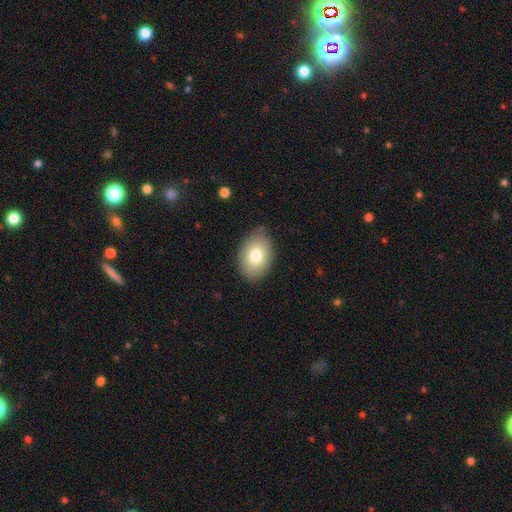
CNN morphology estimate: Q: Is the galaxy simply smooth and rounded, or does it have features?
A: smooth — 78%.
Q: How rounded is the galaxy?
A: in between — 85%.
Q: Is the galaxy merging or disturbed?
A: none — 82%.